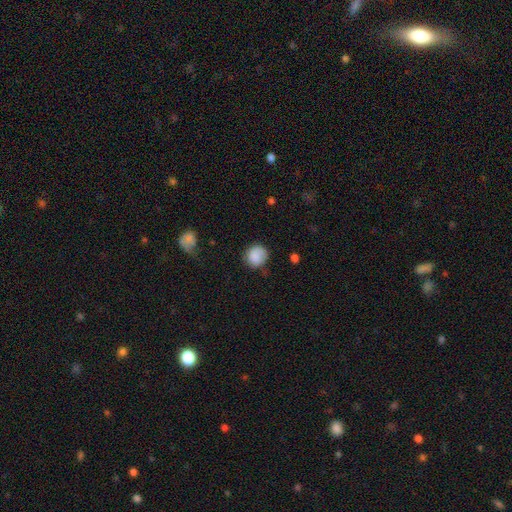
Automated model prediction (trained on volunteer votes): The model was most divided on "merging": none: 69%, minor disturbance: 22%, major disturbance: 6%, merger: 2%. More confident: smooth or featured — smooth (84%); how rounded — round (83%).